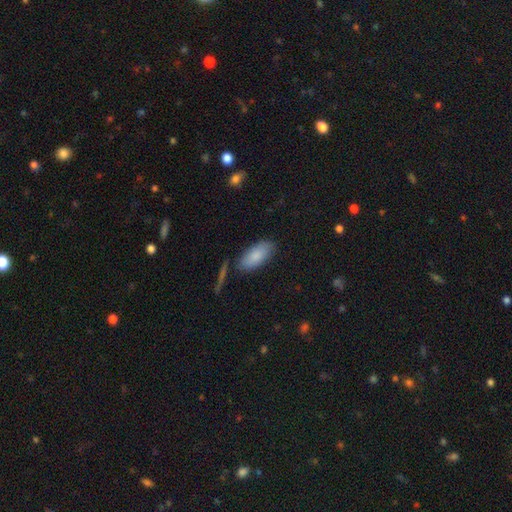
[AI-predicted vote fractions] smooth 85%, featured or disk 9%, star or artifact 6%. Down the decision tree: how rounded — in between (89%); merging — none (78%).